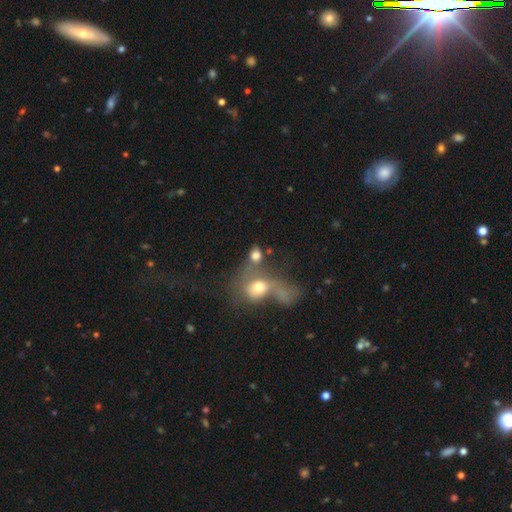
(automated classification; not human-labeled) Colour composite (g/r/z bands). It shows a smooth galaxy with no disk features (71%) that is in between round and cigar-shaped (51%). Merging: merger (50%).